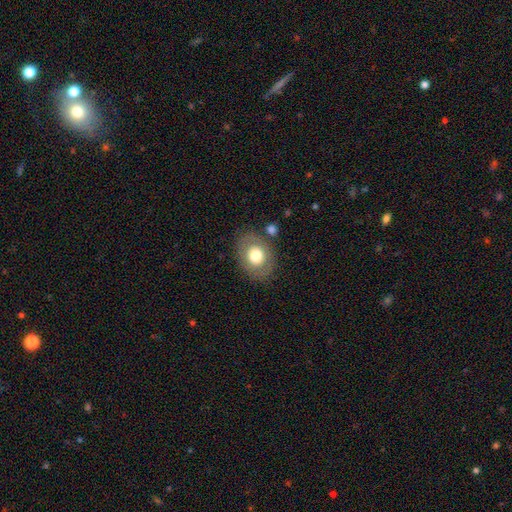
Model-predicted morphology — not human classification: Smooth or featured: smooth — 69% (featured or disk — 23%)
How rounded: in between — 55% (round — 44%)
Merging: none — 79% (minor disturbance — 12%)